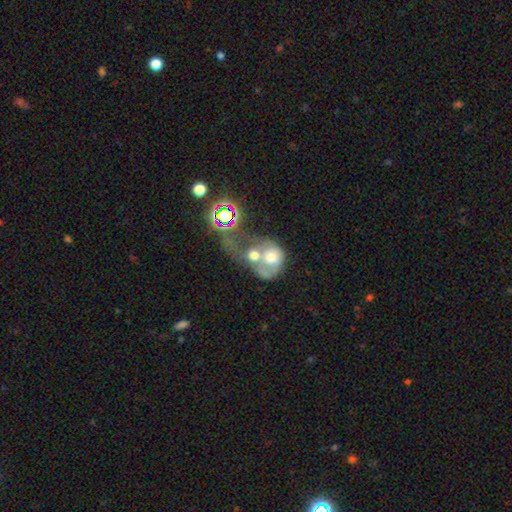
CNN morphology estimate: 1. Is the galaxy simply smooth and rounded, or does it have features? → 45% featured or disk, 39% smooth, 16% star or artifact.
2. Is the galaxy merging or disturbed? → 72% merger, 13% major disturbance, 10% none, 6% minor disturbance.